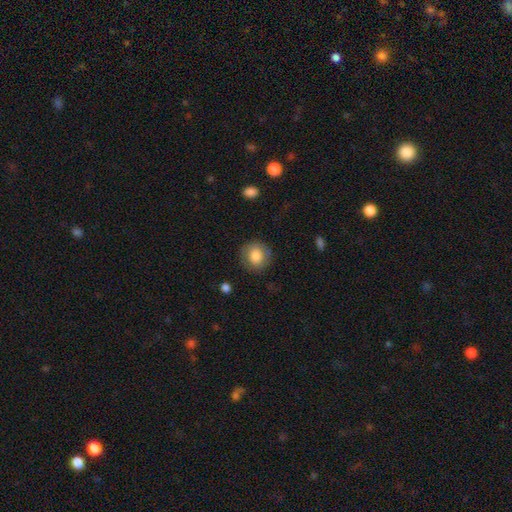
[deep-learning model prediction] smooth_or_featured: smooth (p=0.81) [alt: featured or disk p=0.11]
how_rounded: round (p=0.86) [alt: in between p=0.13]
merging: none (p=0.83) [alt: minor disturbance p=0.12]